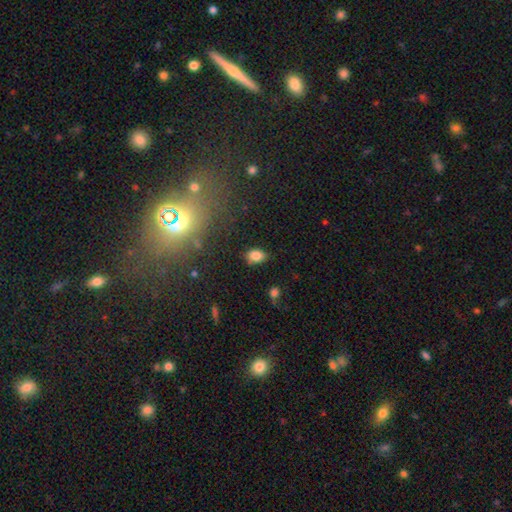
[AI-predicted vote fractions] Morphology: type=smooth (83%); roundness=in between (80%); merging=none (78%).